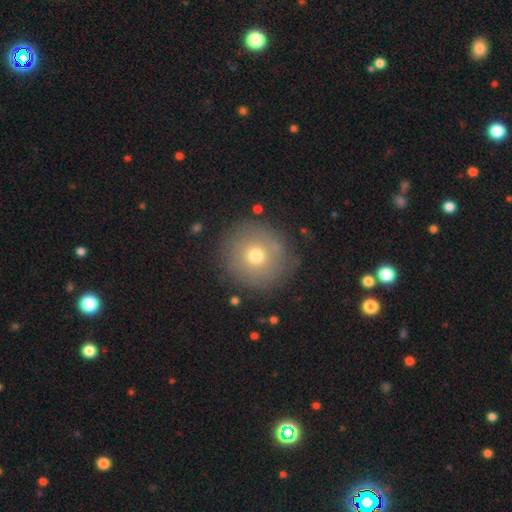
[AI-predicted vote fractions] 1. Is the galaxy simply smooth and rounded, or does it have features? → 67% smooth, 20% featured or disk, 12% star or artifact.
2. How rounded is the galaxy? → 95% round, 4% in between, 1% cigar-shaped.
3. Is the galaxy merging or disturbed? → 85% none, 10% minor disturbance, 4% major disturbance, 2% merger.